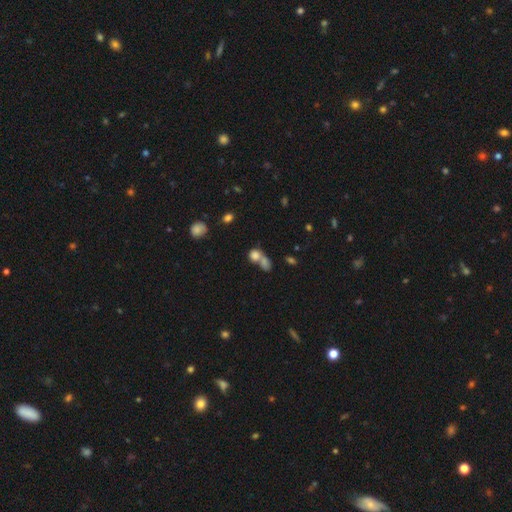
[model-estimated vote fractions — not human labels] Overall: smooth (77%). How rounded: round (61%; in between 36%). Merging: merger (60%; none 28%).